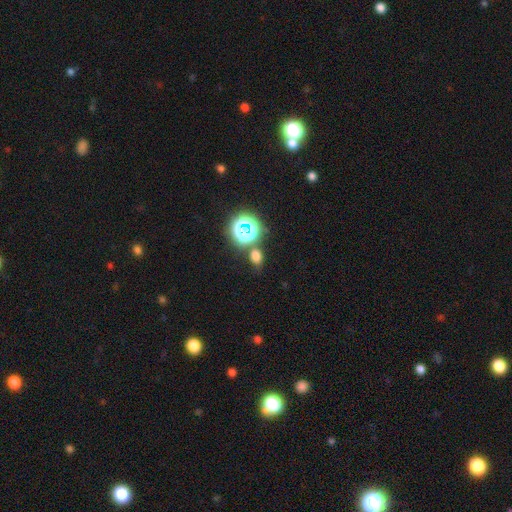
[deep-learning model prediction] smooth-or-featured: smooth: 63% | star or artifact: 30% | featured or disk: 7%
  how-rounded: in between: 60% | round: 38% | cigar-shaped: 2%
  merging: none: 73% | merger: 11% | minor disturbance: 11% | major disturbance: 4%